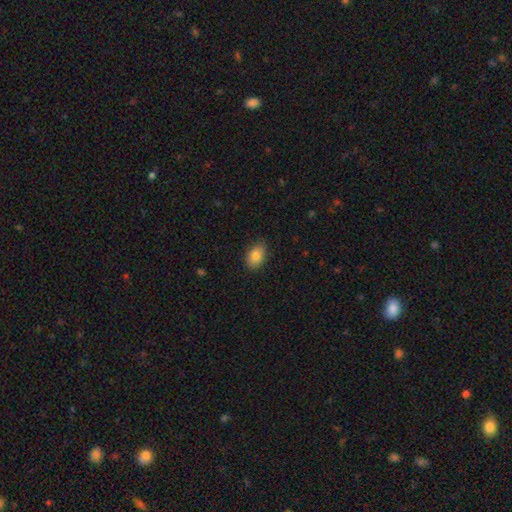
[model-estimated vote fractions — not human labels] smooth_or_featured: smooth (p=0.85) [alt: star or artifact p=0.08]
how_rounded: in between (p=0.85) [alt: round p=0.14]
merging: none (p=0.85) [alt: minor disturbance p=0.12]